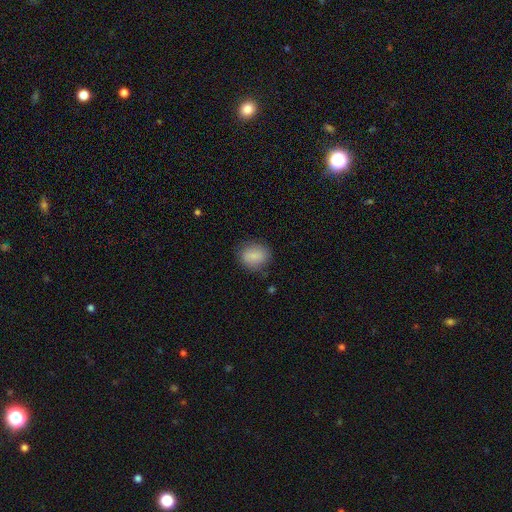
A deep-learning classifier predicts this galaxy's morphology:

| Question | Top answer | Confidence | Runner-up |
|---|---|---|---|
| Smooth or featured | smooth | 84% | featured or disk (8%) |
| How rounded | round | 63% | in between (36%) |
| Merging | none | 80% | minor disturbance (14%) |